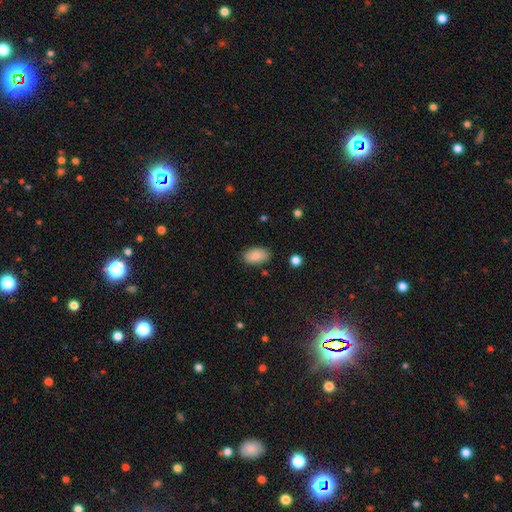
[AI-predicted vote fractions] A smooth galaxy with no disk features (87%) that is in between round and cigar-shaped (93%).

Vote fractions:
- Smooth or featured? smooth: 87% / star or artifact: 7% / featured or disk: 6%
- How rounded? in between: 93% / round: 5% / cigar-shaped: 2%
- Merging? none: 82% / minor disturbance: 13% / major disturbance: 3% / merger: 2%